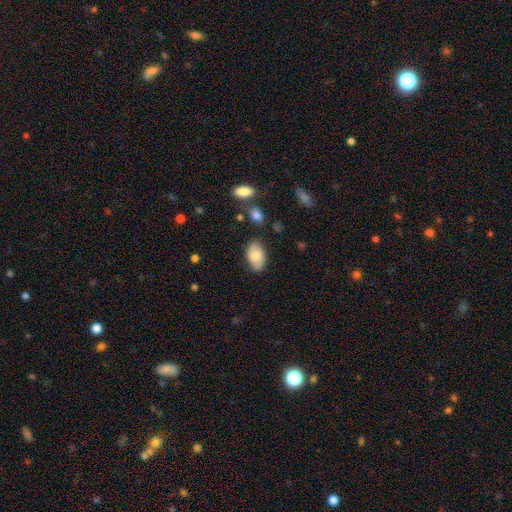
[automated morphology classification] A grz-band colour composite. It shows a smooth galaxy with no disk features (78%) that is in between round and cigar-shaped (94%). Merging: none (79%).